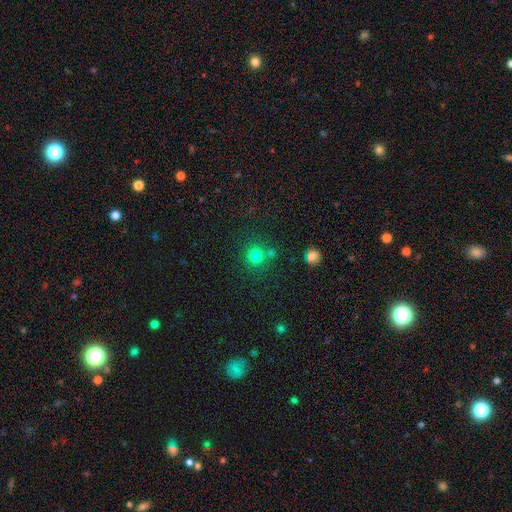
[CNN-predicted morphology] Smooth or featured?
  - smooth: 77% *
  - star or artifact: 17%
  - featured or disk: 6%
How rounded?
  - round: 91% *
  - in between: 8%
  - cigar-shaped: 1%
Merging?
  - none: 70% *
  - merger: 17%
  - minor disturbance: 9%
  - major disturbance: 4%